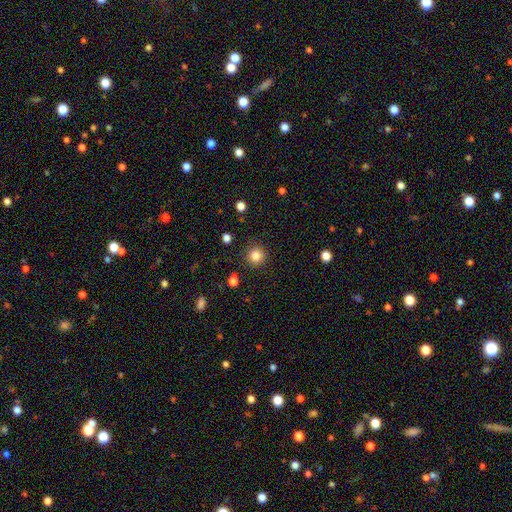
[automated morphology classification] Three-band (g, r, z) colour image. It shows a smooth galaxy with no disk features (84%) that is round (94%). Merging: none (89%).